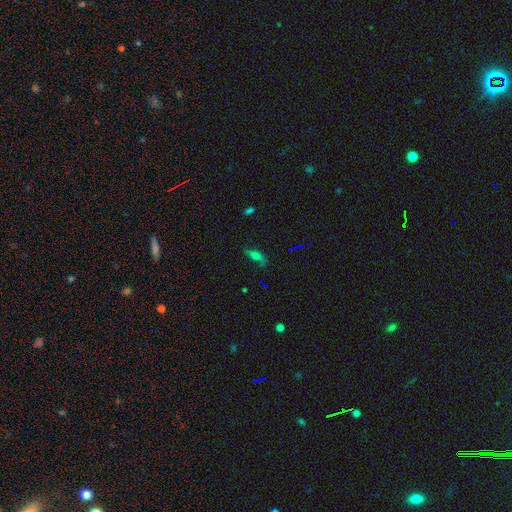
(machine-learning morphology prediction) A smooth galaxy with no disk features (42%).

Vote fractions:
- Smooth or featured? smooth: 42% / featured or disk: 38% / star or artifact: 20%
- Merging? none: 59% / minor disturbance: 24% / major disturbance: 13% / merger: 3%